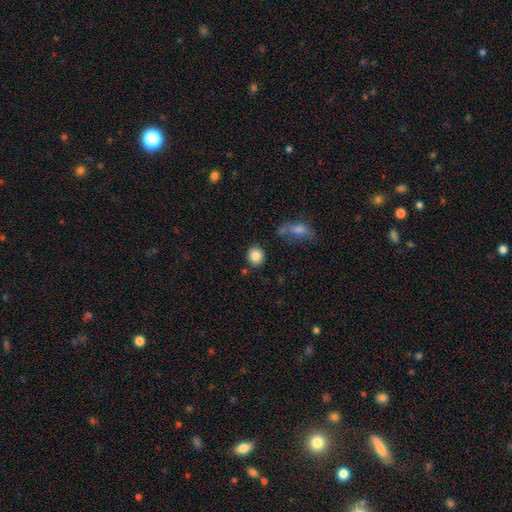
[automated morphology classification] type=smooth (86%); roundness=round (80%); merging=none (82%).